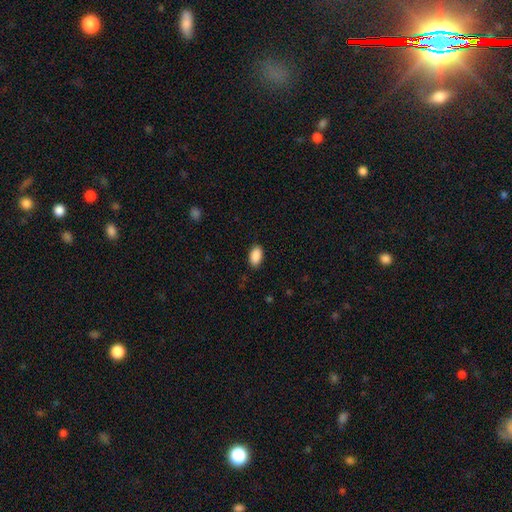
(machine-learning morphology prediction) smooth-or-featured: smooth: 90% | star or artifact: 7% | featured or disk: 3%
  how-rounded: in between: 93% | round: 4% | cigar-shaped: 2%
  merging: none: 87% | minor disturbance: 10% | major disturbance: 2% | merger: 1%